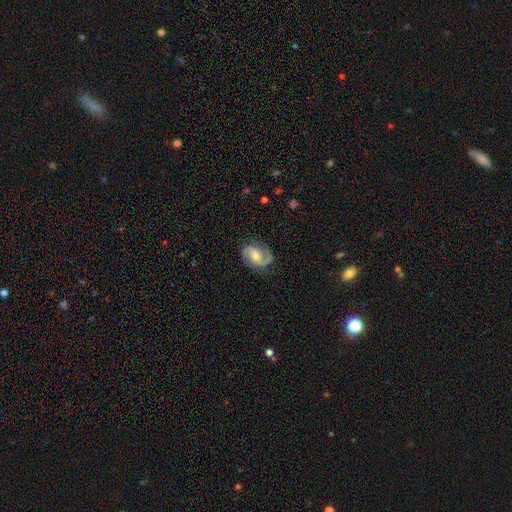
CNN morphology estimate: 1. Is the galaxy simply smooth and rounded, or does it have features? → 84% featured or disk, 11% smooth, 6% star or artifact.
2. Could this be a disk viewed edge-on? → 98% no, 2% yes.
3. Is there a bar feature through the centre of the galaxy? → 51% no, 40% weak, 9% strong.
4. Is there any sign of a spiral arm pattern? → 97% yes, 3% no.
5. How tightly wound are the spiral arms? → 53% medium, 26% loose, 20% tight.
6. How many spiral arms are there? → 90% 2, 3% 1, 3% can't tell, 1% 3, 1% 4, 1% more than 4.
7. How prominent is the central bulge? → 57% moderate, 30% small, 7% large, 5% none, 1% dominant.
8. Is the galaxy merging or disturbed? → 78% none, 15% minor disturbance, 6% major disturbance, 1% merger.